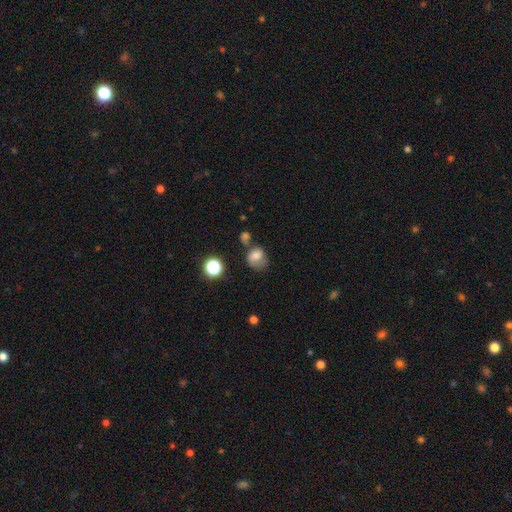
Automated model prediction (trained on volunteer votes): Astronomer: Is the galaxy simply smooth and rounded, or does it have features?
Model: smooth — 69%.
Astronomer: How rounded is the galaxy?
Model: round — 66%.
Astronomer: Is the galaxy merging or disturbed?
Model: none — 40% (runner-up: minor disturbance, 27%).